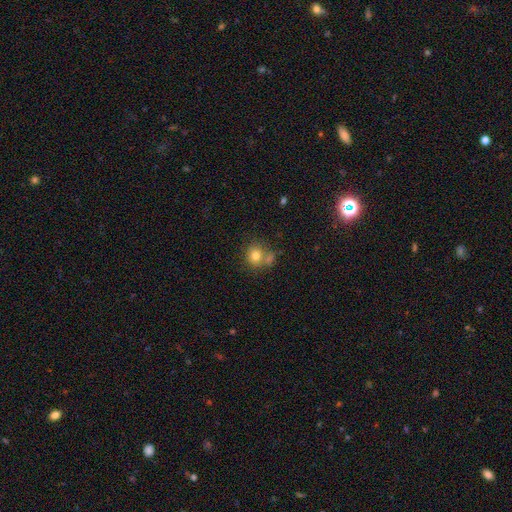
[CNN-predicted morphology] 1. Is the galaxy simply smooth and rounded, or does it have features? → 77% smooth, 12% featured or disk, 11% star or artifact.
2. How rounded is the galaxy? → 81% round, 18% in between, 1% cigar-shaped.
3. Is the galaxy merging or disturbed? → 53% none, 27% merger, 14% minor disturbance, 5% major disturbance.